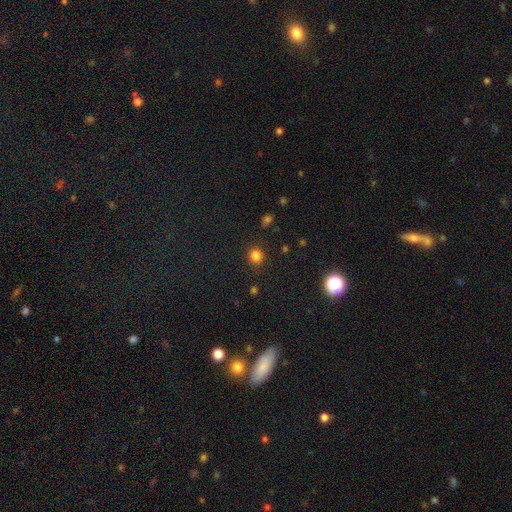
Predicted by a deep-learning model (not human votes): Morphology: type=smooth (81%); roundness=round (80%); merging=none (86%).